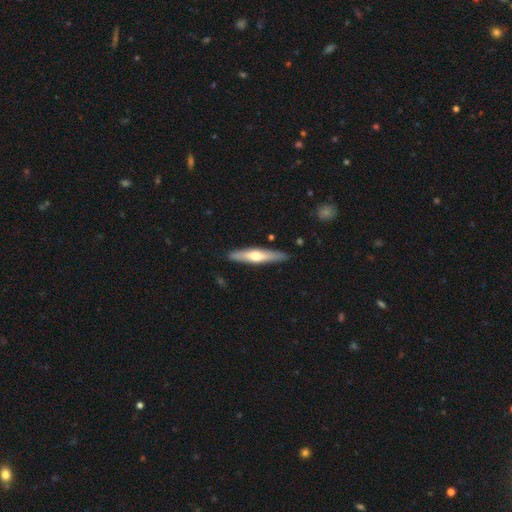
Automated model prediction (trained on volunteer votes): Q: Smooth or featured?
A: featured or disk (49%); runner-up: smooth (46%)
Q: Merging?
A: none (87%); runner-up: minor disturbance (10%)